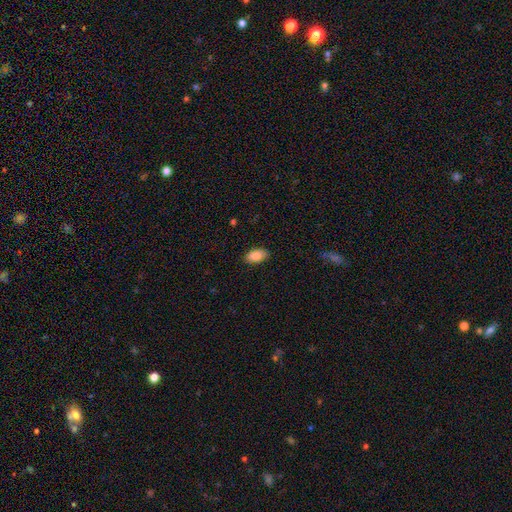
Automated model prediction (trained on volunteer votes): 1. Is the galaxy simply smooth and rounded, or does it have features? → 89% smooth, 7% star or artifact, 4% featured or disk.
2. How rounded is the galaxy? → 94% in between, 4% round, 2% cigar-shaped.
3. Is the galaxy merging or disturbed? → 86% none, 11% minor disturbance, 2% major disturbance, 1% merger.